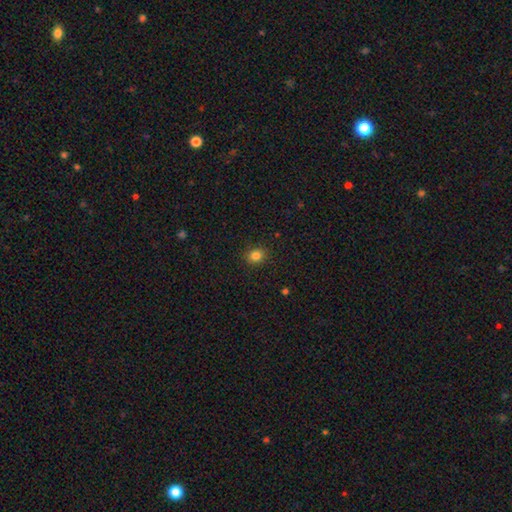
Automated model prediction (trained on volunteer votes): Morphology: type=smooth (83%); roundness=round (69%); merging=none (90%).